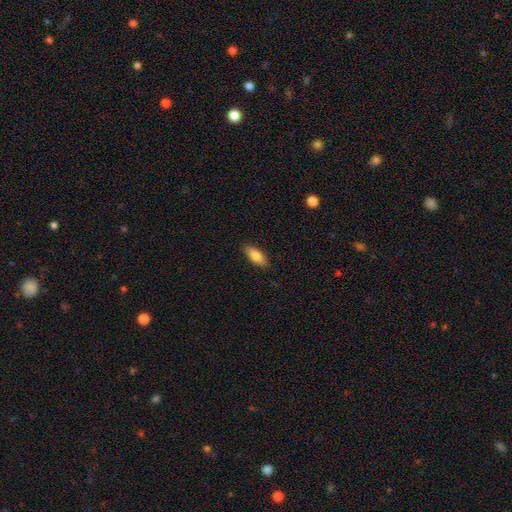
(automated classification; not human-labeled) The model was most divided on "how rounded": in between: 77%, cigar-shaped: 21%, round: 3%. More confident: merging — none (86%); smooth or featured — smooth (80%).